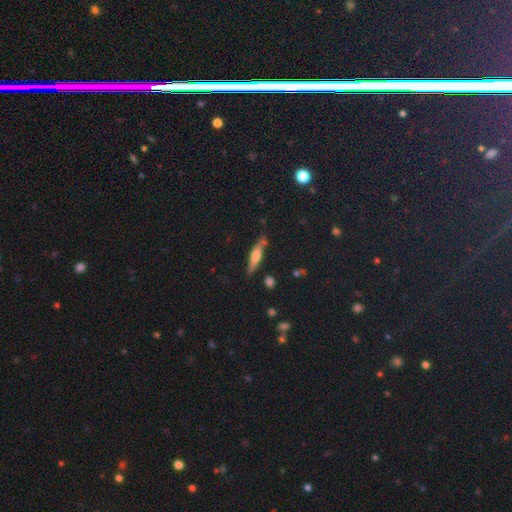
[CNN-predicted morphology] Overall: smooth (52%; featured or disk 40%). How rounded: cigar-shaped (79%). Merging: none (77%).